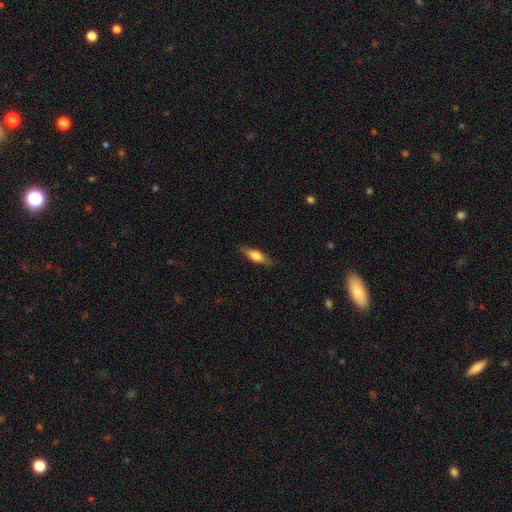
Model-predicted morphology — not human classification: type=smooth (57%); roundness=cigar-shaped (52%); merging=none (85%).